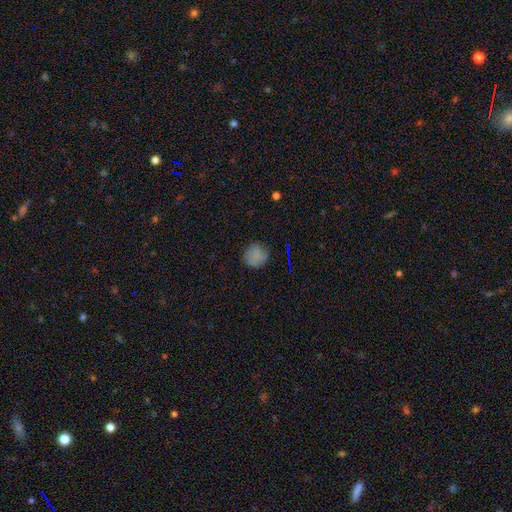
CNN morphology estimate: Smooth or featured? Predicted: smooth (p=0.79). How rounded? Predicted: round (p=0.84). Merging? Predicted: none (p=0.77).